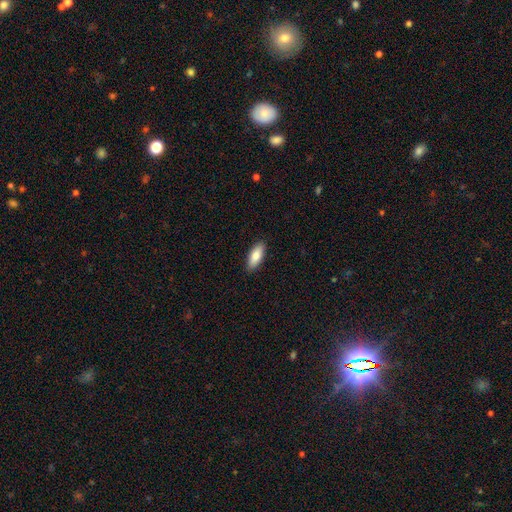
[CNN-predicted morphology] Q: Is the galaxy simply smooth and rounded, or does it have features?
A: smooth — 84%.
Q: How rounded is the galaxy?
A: in between — 79%.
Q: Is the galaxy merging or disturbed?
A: none — 90%.